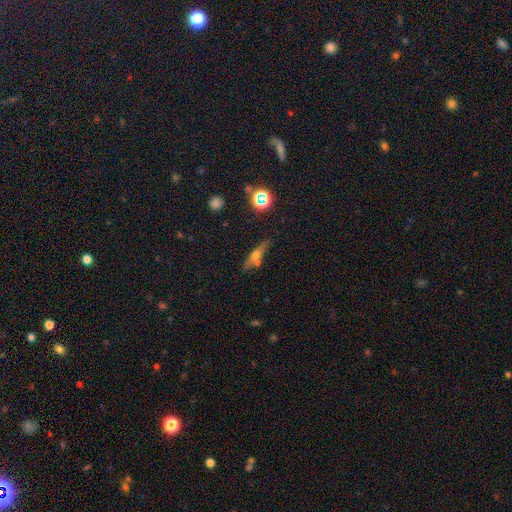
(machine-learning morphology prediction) smooth_or_featured: featured or disk (p=0.45) [alt: smooth p=0.43]
merging: none (p=0.68) [alt: minor disturbance p=0.15]